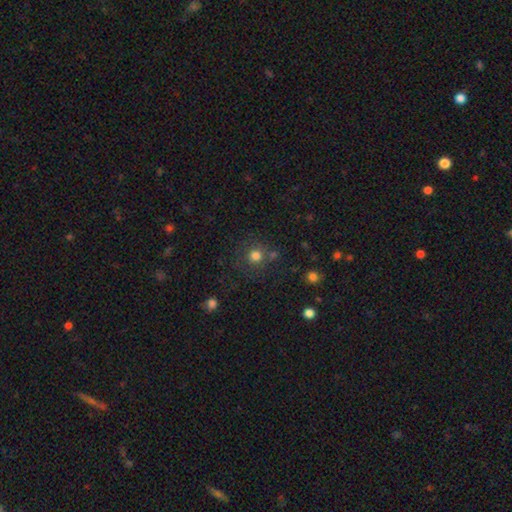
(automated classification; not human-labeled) This is likely a smooth galaxy (77%). How rounded: clearly round (92%). Merging: likely none (74%).